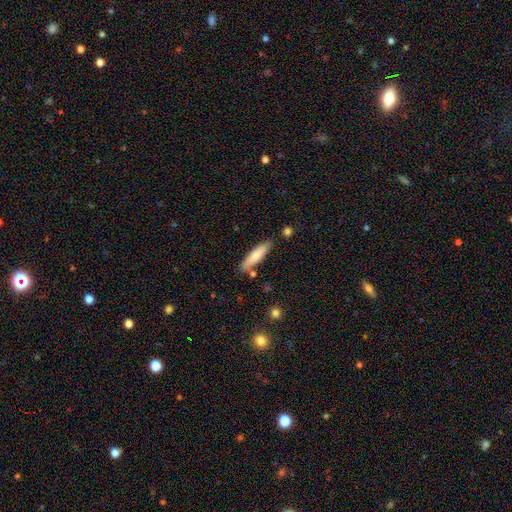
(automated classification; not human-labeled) Smooth or featured?
  - smooth: 74% *
  - featured or disk: 20%
  - star or artifact: 6%
How rounded?
  - cigar-shaped: 76% *
  - in between: 23%
  - round: 1%
Merging?
  - none: 79% *
  - minor disturbance: 14%
  - merger: 5%
  - major disturbance: 2%